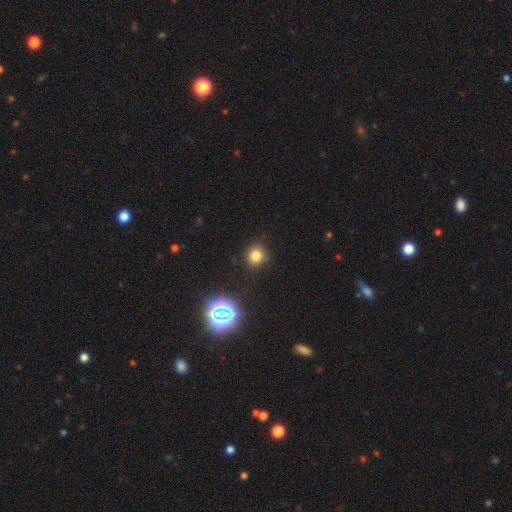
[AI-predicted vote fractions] Smooth or featured? Predicted: smooth (p=0.76). How rounded? Predicted: round (p=0.85). Merging? Predicted: none (p=0.88).